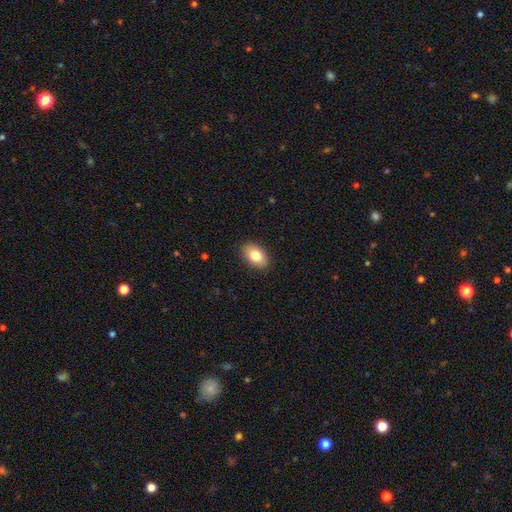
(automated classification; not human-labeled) Smooth or featured?
  - smooth: 82% *
  - featured or disk: 11%
  - star or artifact: 7%
How rounded?
  - in between: 90% *
  - round: 9%
  - cigar-shaped: 1%
Merging?
  - none: 88% *
  - minor disturbance: 9%
  - major disturbance: 2%
  - merger: 1%